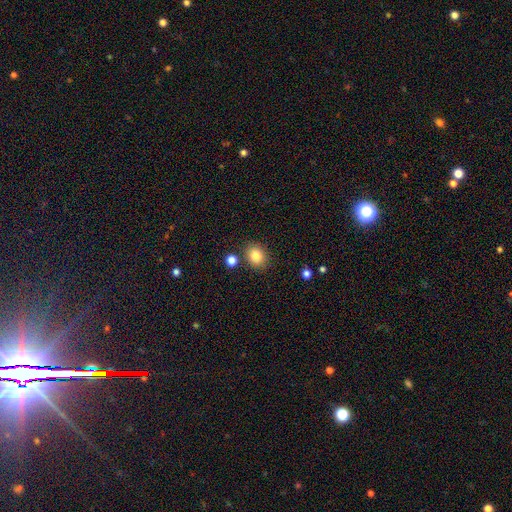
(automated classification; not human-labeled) Smooth or featured?
  - smooth: 84% *
  - star or artifact: 10%
  - featured or disk: 6%
How rounded?
  - round: 56% *
  - in between: 43%
  - cigar-shaped: 1%
Merging?
  - none: 82% *
  - minor disturbance: 10%
  - merger: 5%
  - major disturbance: 3%